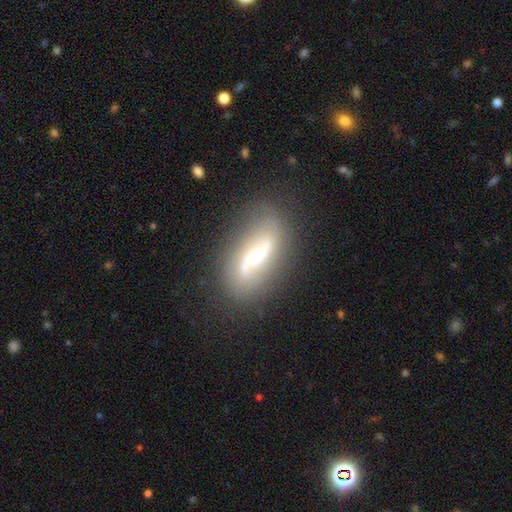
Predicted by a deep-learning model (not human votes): smooth_or_featured: featured or disk (p=0.77) [alt: smooth p=0.16]
disk_edge_on: no (p=0.90) [alt: yes p=0.10]
bar: strong (p=0.43) [alt: weak p=0.36]
has_spiral_arms: yes (p=0.87) [alt: no p=0.13]
spiral_winding: loose (p=0.78) [alt: medium p=0.16]
spiral_arm_count: 2 (p=0.87) [alt: 1 p=0.05]
bulge_size: small (p=0.51) [alt: moderate p=0.38]
merging: none (p=0.76) [alt: minor disturbance p=0.15]